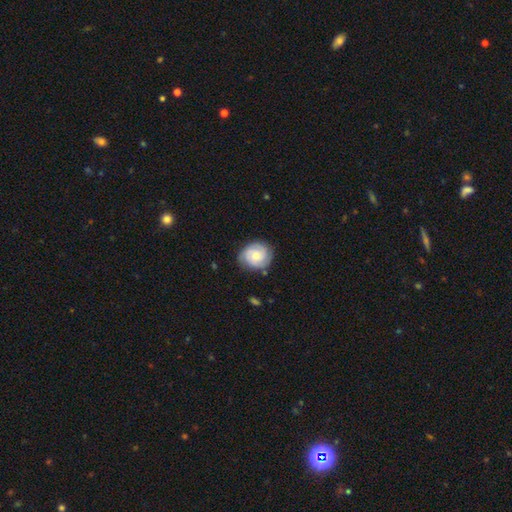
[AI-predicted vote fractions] Overall: featured or disk (50%; smooth 43%). Edge-on disk: no (98%). Merging: none (77%).